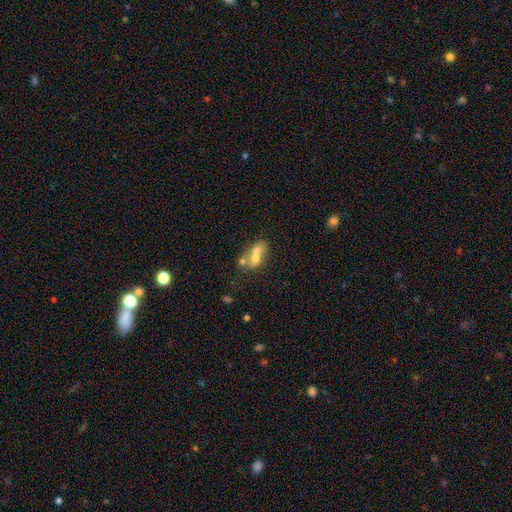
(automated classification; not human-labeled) Smooth or featured: smooth — 56% (featured or disk — 33%)
How rounded: in between — 67% (round — 21%)
Merging: merger — 58% (none — 24%)